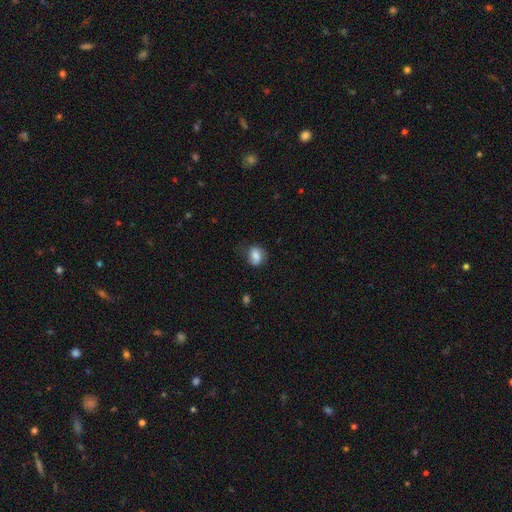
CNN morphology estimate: type=smooth (76%); roundness=in between (64%); merging=none (58%).